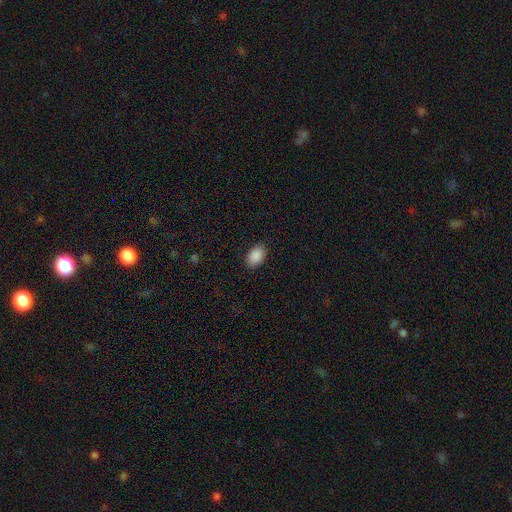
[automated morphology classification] smooth 90%, star or artifact 7%, featured or disk 3%. Down the decision tree: how rounded — in between (88%); merging — none (88%).